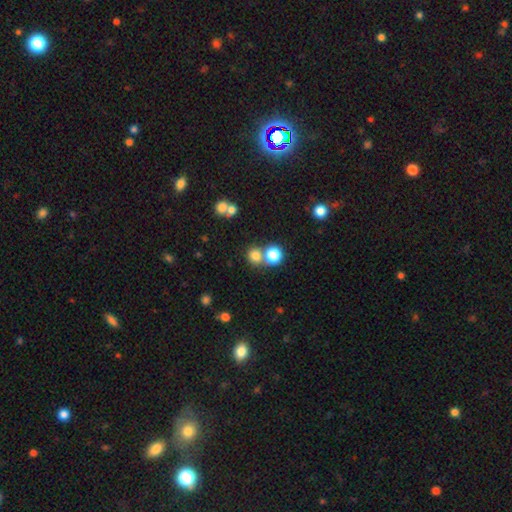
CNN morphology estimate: Smooth or featured: smooth — 77% (star or artifact — 15%)
How rounded: round — 85% (in between — 14%)
Merging: none — 58% (merger — 31%)